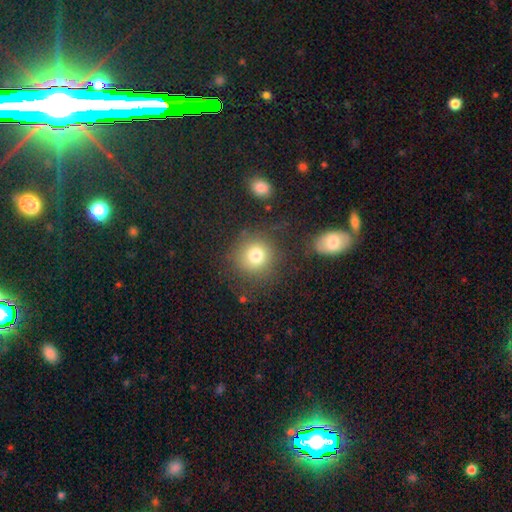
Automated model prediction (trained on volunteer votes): smooth 79%, star or artifact 12%, featured or disk 10%. Down the decision tree: how rounded — round (91%); merging — none (79%).